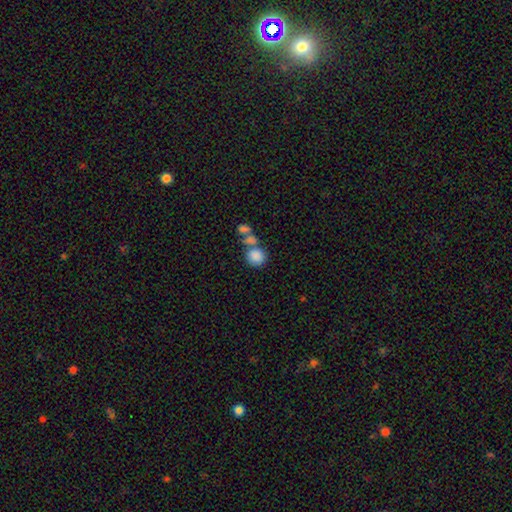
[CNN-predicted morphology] Smooth or featured: smooth — 84% (star or artifact — 9%)
How rounded: round — 78% (in between — 21%)
Merging: none — 44% (merger — 41%)